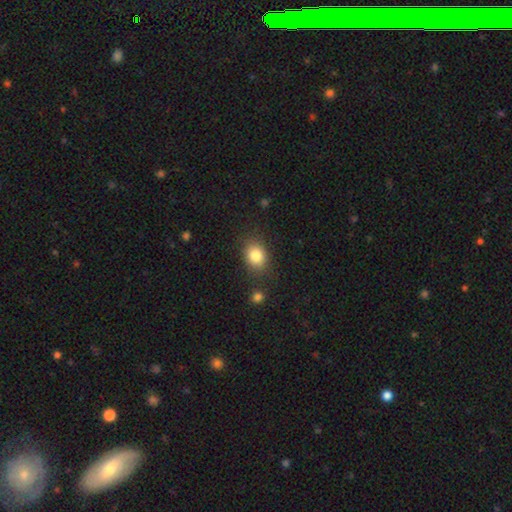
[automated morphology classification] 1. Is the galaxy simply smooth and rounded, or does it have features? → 83% smooth, 10% star or artifact, 7% featured or disk.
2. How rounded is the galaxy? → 55% in between, 44% round, 1% cigar-shaped.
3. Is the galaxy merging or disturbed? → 81% none, 12% minor disturbance, 4% major disturbance, 4% merger.